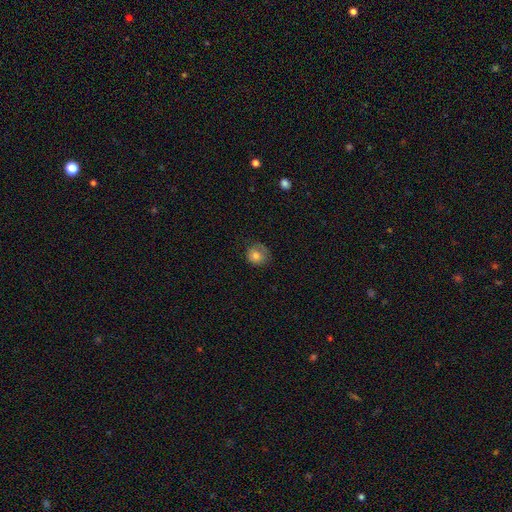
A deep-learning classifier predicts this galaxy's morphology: The model was most divided on "merging": none: 61%, minor disturbance: 25%, major disturbance: 13%, merger: 2%. More confident: how rounded — round (82%); smooth or featured — smooth (76%).